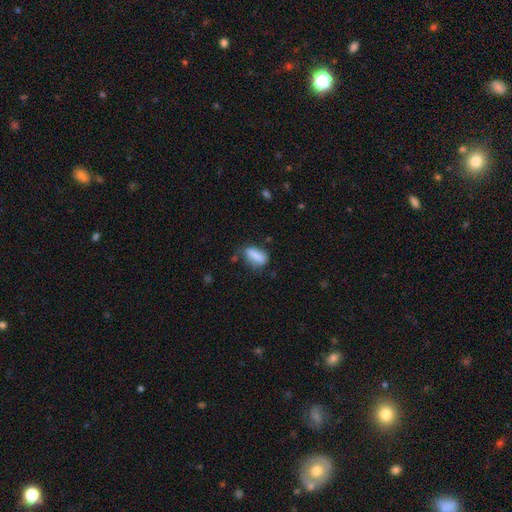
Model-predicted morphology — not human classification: A smooth galaxy with no disk features (83%) that is in between round and cigar-shaped (77%).

Vote fractions:
- Smooth or featured? smooth: 83% / featured or disk: 9% / star or artifact: 8%
- How rounded? in between: 77% / cigar-shaped: 19% / round: 4%
- Merging? none: 63% / minor disturbance: 26% / major disturbance: 8% / merger: 4%